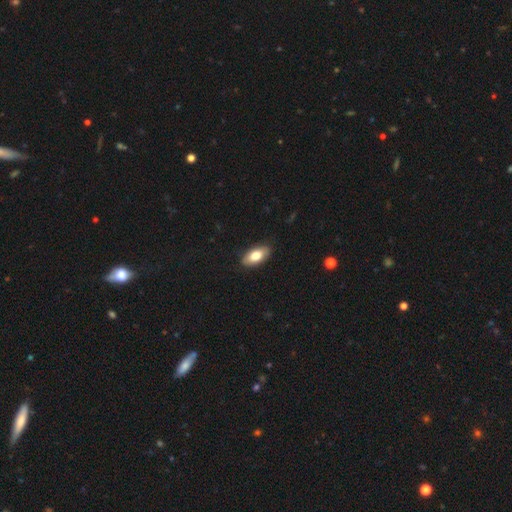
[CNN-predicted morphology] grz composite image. It shows a smooth galaxy with no disk features (77%) that is in between round and cigar-shaped (91%). Merging: none (87%).